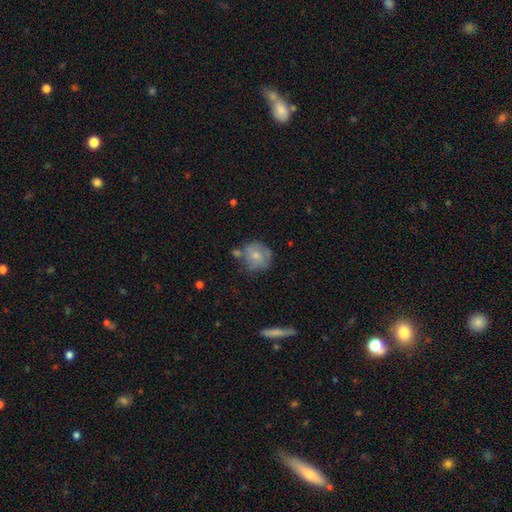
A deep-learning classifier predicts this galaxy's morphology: type=smooth (60%); roundness=round (81%); merging=none (55%).